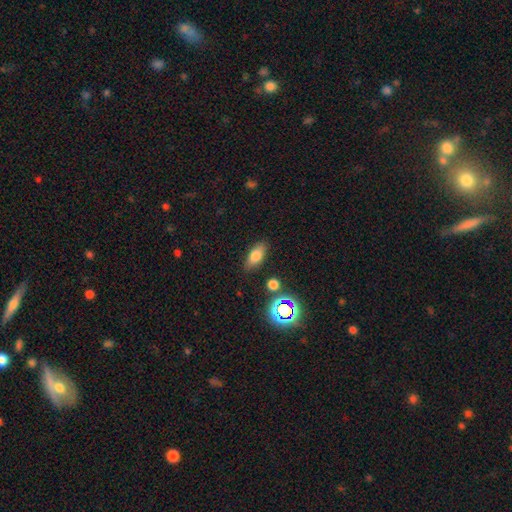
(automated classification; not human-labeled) Smooth or featured? smooth (74%)
How rounded? in between (81%)
Merging? none (82%)